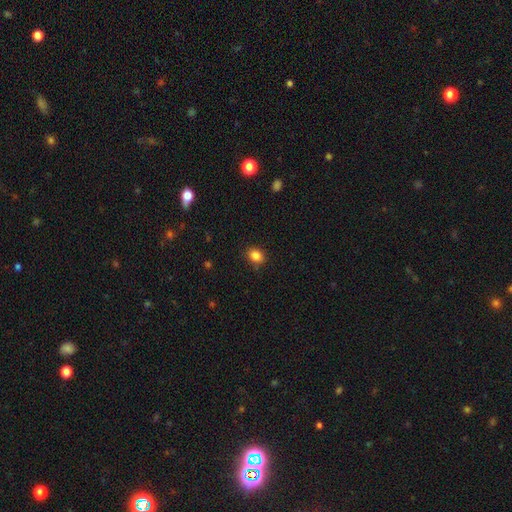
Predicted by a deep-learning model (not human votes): Morphology: type=smooth (86%); roundness=round (52%); merging=none (86%).